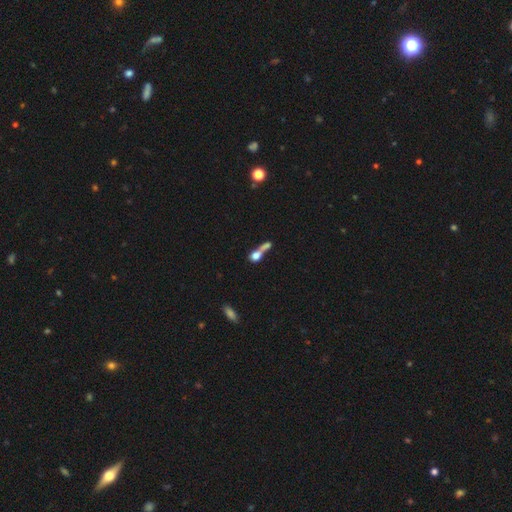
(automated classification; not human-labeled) smooth 65%, featured or disk 23%, star or artifact 12%. Down the decision tree: how rounded — in between (41%); merging — merger (60%).